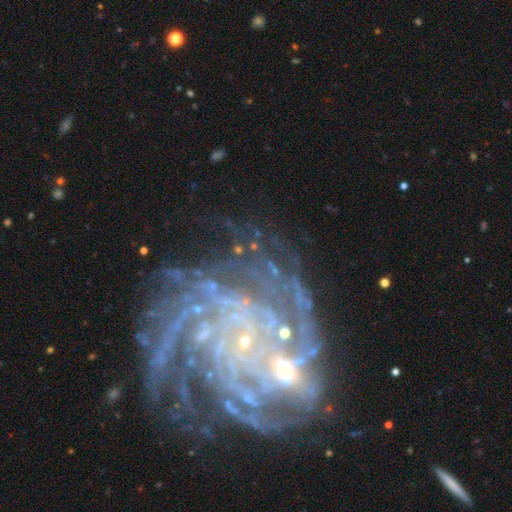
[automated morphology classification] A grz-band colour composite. It shows a featured or disk galaxy (85%) with no bar (69%), more than 4 (27%) tight (63%) spiral arms (96%) and a small central bulge (79%). Merging: none (57%).